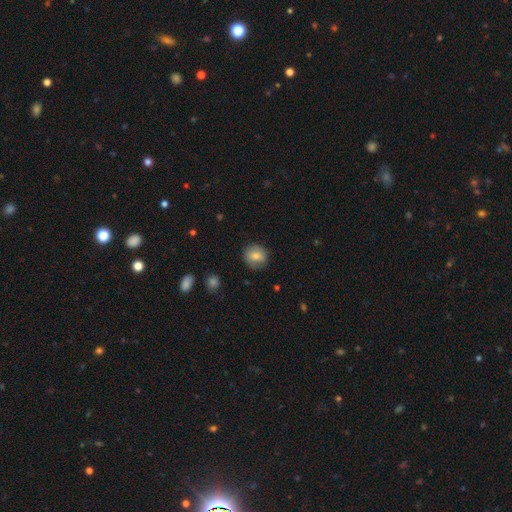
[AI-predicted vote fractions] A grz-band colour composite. It shows a smooth galaxy with no disk features (76%) that is round (84%). Merging: none (80%).